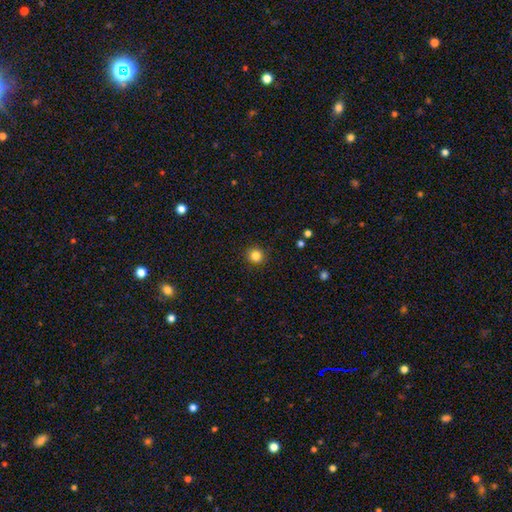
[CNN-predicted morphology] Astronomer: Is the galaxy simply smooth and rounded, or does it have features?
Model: smooth — 84%.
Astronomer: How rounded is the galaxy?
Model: round — 91%.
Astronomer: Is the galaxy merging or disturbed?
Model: none — 91%.